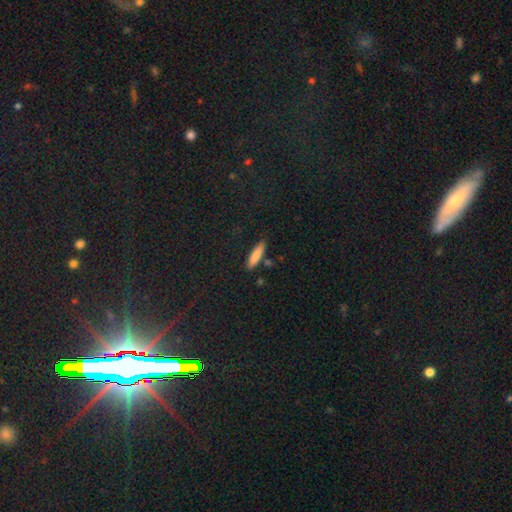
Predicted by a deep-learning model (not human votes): Smooth or featured? smooth (82%)
How rounded? cigar-shaped (75%)
Merging? none (83%)